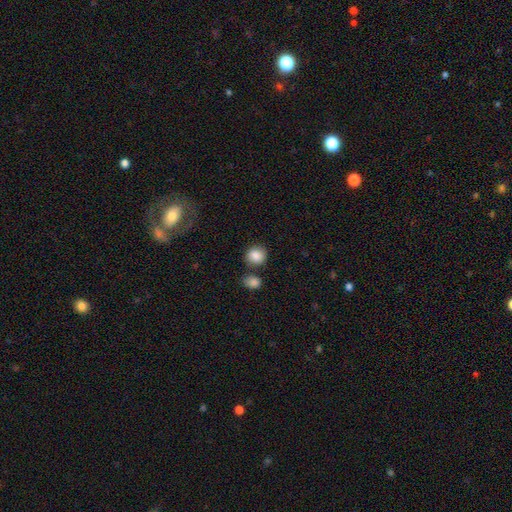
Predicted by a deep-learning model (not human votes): Smooth or featured?
  - smooth: 87% *
  - star or artifact: 8%
  - featured or disk: 5%
How rounded?
  - round: 80% *
  - in between: 19%
  - cigar-shaped: 1%
Merging?
  - none: 71% *
  - merger: 13%
  - minor disturbance: 12%
  - major disturbance: 4%